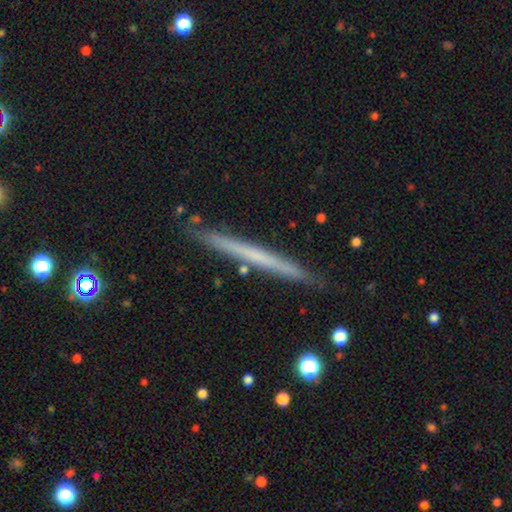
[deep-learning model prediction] Morphology: type=featured or disk (50%); merging=none (89%).